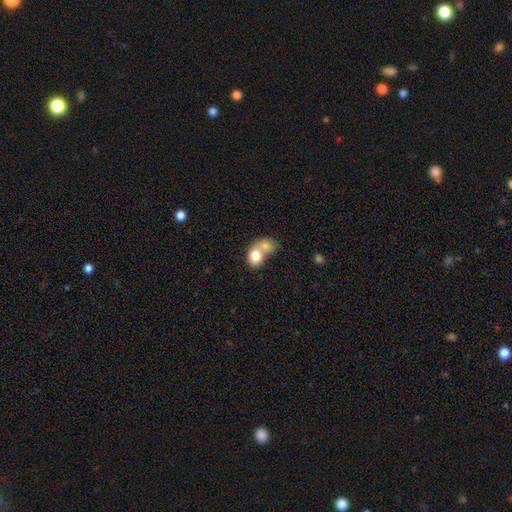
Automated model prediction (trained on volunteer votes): Morphology: type=smooth (75%); roundness=in between (54%); merging=merger (71%).